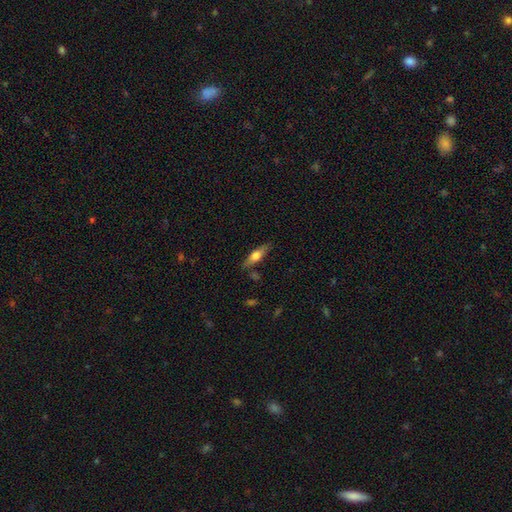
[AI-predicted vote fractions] smooth-or-featured: smooth: 52% | featured or disk: 42% | star or artifact: 7%
  how-rounded: cigar-shaped: 57% | in between: 40% | round: 3%
  merging: none: 80% | minor disturbance: 13% | merger: 3% | major disturbance: 3%